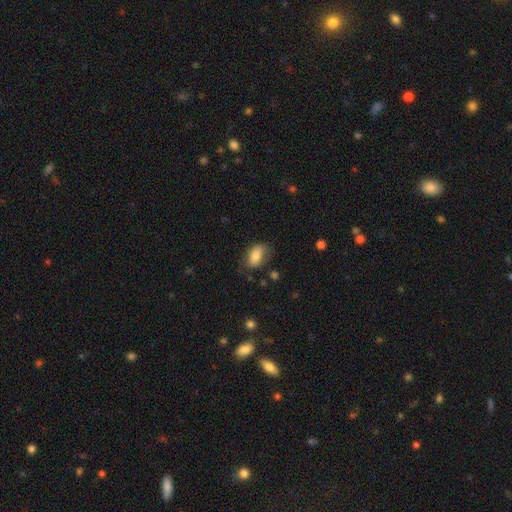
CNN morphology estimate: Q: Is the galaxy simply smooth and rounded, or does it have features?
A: smooth — 78%.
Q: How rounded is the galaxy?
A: in between — 89%.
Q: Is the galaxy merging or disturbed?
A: none — 67%.